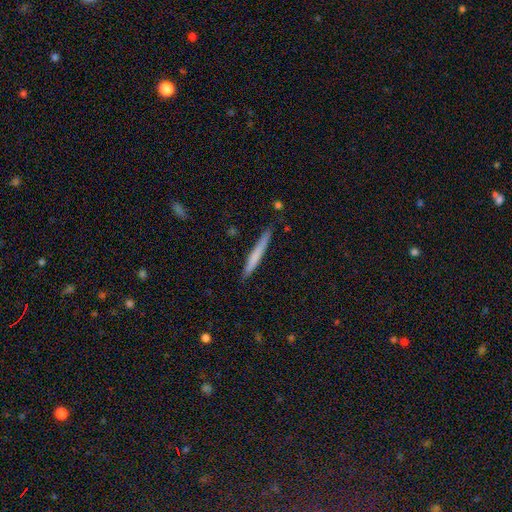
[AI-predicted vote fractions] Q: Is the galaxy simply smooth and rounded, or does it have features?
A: smooth — 65%.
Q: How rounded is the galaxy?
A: cigar-shaped — 97%.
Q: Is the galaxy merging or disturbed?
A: none — 86%.